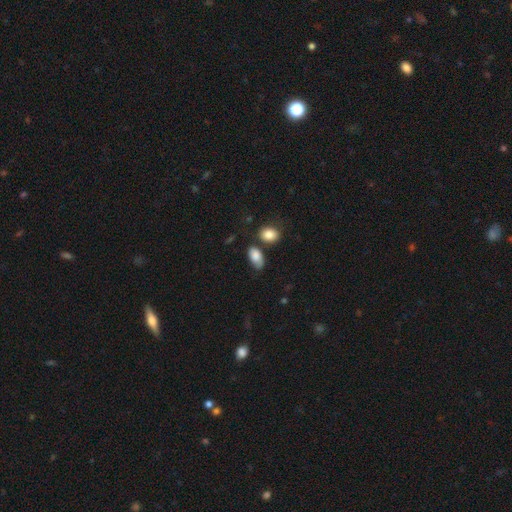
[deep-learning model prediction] A smooth galaxy with no disk features (82%) that is in between round and cigar-shaped (92%). Merging: none (52%).